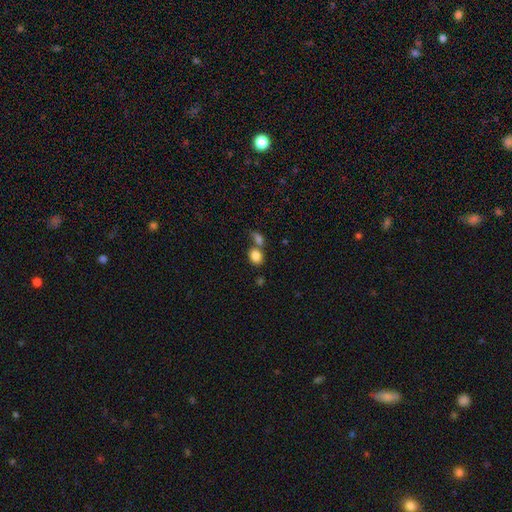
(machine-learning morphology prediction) smooth-or-featured: smooth: 84% | star or artifact: 9% | featured or disk: 7%
  how-rounded: in between: 53% | round: 45% | cigar-shaped: 1%
  merging: none: 44% | merger: 41% | minor disturbance: 10% | major disturbance: 5%